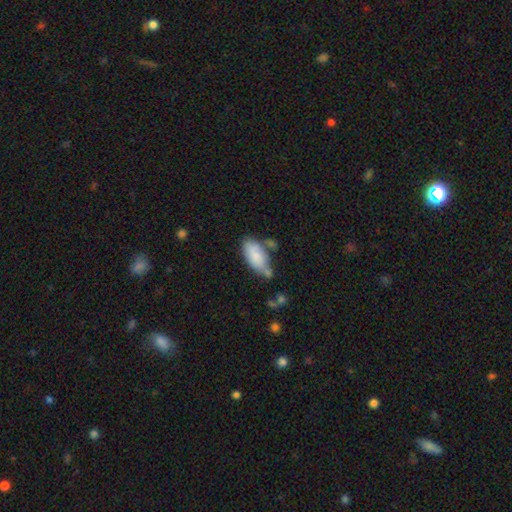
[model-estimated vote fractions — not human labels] Smooth or featured?
  - smooth: 77% *
  - featured or disk: 16%
  - star or artifact: 6%
How rounded?
  - in between: 91% *
  - cigar-shaped: 7%
  - round: 2%
Merging?
  - none: 43% *
  - minor disturbance: 28%
  - merger: 19%
  - major disturbance: 10%